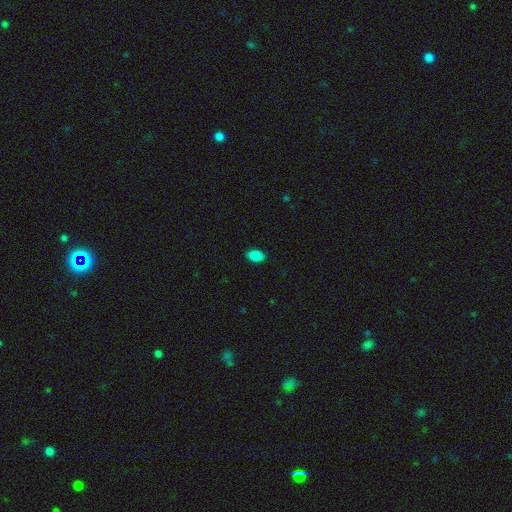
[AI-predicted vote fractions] Smooth or featured? smooth (87%)
How rounded? in between (91%)
Merging? none (89%)